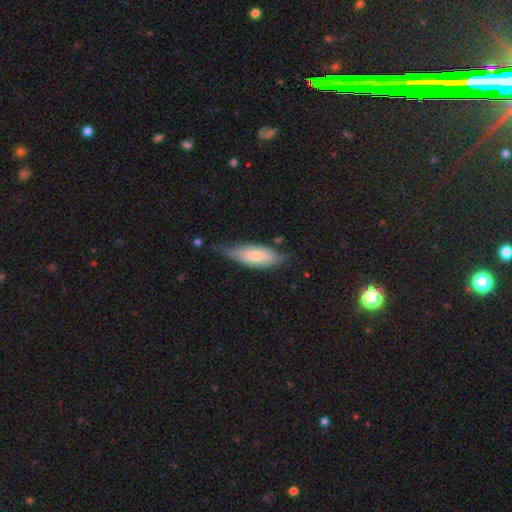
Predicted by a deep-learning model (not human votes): smooth-or-featured: smooth: 67% | featured or disk: 27% | star or artifact: 6%
  how-rounded: in between: 77% | cigar-shaped: 21% | round: 2%
  merging: none: 51% | minor disturbance: 37% | major disturbance: 9% | merger: 3%